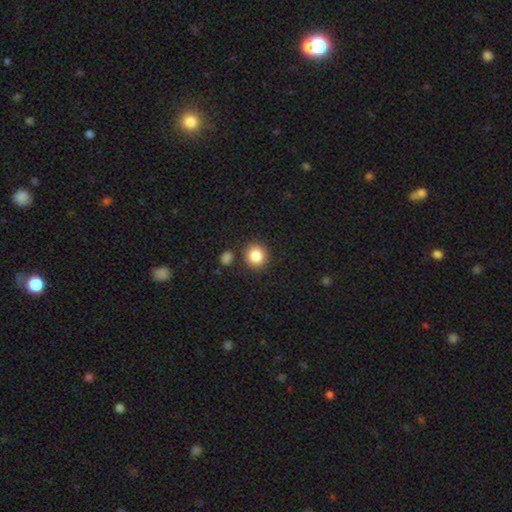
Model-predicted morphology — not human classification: smooth_or_featured: smooth (p=0.85) [alt: star or artifact p=0.09]
how_rounded: round (p=0.87) [alt: in between p=0.12]
merging: none (p=0.84) [alt: minor disturbance p=0.08]